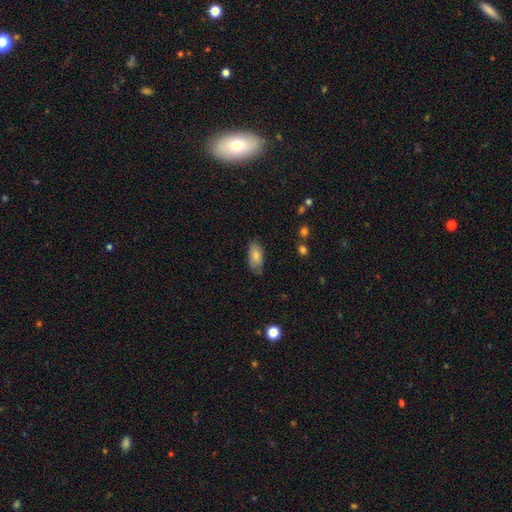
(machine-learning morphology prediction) smooth-or-featured: smooth: 81% | featured or disk: 12% | star or artifact: 7%
  how-rounded: in between: 91% | cigar-shaped: 6% | round: 3%
  merging: none: 76% | minor disturbance: 19% | major disturbance: 3% | merger: 1%